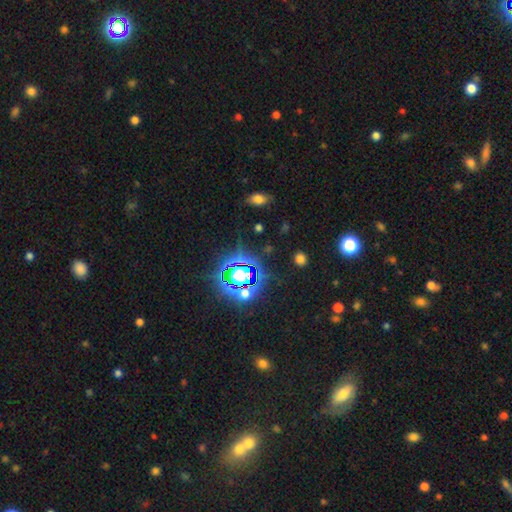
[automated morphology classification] Overall: star or artifact (80%).